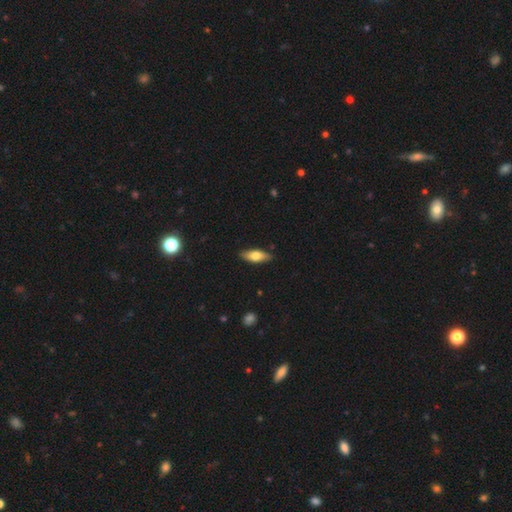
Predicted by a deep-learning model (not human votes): Q: Smooth or featured?
A: smooth (70%); runner-up: featured or disk (24%)
Q: How rounded?
A: in between (71%); runner-up: cigar-shaped (27%)
Q: Merging?
A: none (85%); runner-up: minor disturbance (12%)